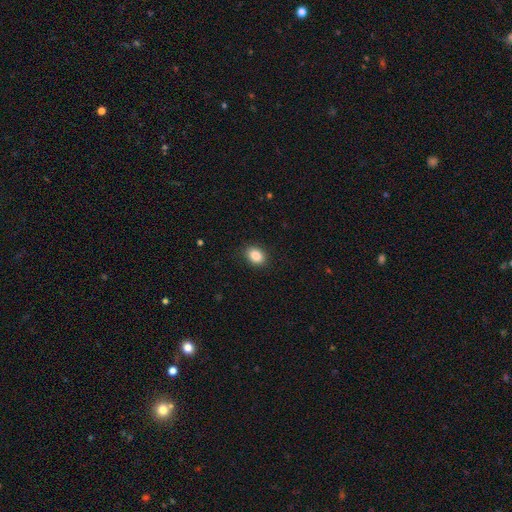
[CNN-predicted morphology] A smooth galaxy with no disk features (86%) that is in between round and cigar-shaped (67%). Merging: none (89%).